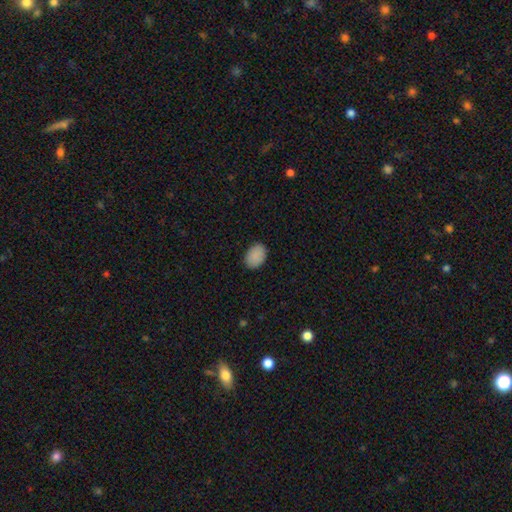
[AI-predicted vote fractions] Smooth or featured: smooth — 89% (star or artifact — 8%)
How rounded: in between — 81% (round — 18%)
Merging: none — 88% (minor disturbance — 9%)